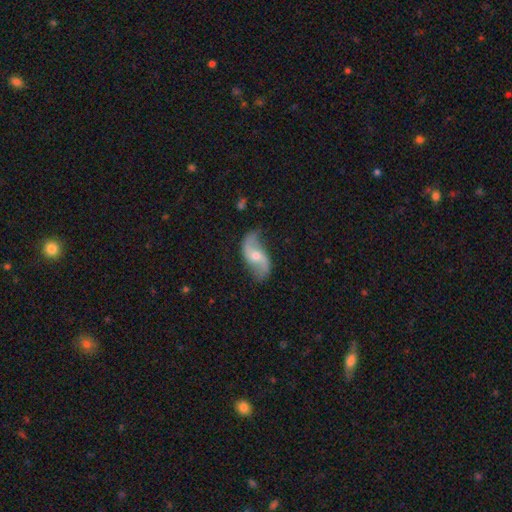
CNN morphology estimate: Smooth or featured?
  - featured or disk: 83% *
  - smooth: 12%
  - star or artifact: 5%
Edge-on disk?
  - no: 96% *
  - yes: 4%
Bar?
  - no: 44% *
  - weak: 42%
  - strong: 14%
Spiral arms?
  - yes: 94% *
  - no: 6%
Spiral winding?
  - loose: 81% *
  - medium: 15%
  - tight: 4%
Spiral arm count?
  - 2: 93% *
  - can't tell: 2%
  - 1: 2%
  - 3: 1%
  - 4: 1%
  - more than 4: 1%
Bulge size?
  - moderate: 57% *
  - small: 36%
  - large: 4%
  - none: 2%
  - dominant: 1%
Merging?
  - none: 78% *
  - minor disturbance: 15%
  - major disturbance: 5%
  - merger: 2%